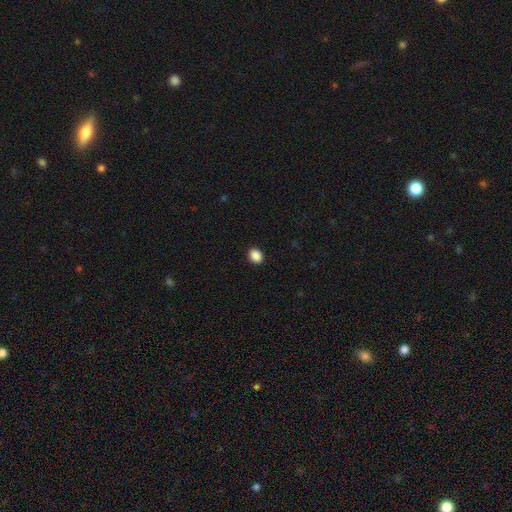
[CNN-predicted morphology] Overall: smooth (89%). How rounded: in between (50%; round 49%). Merging: none (91%).